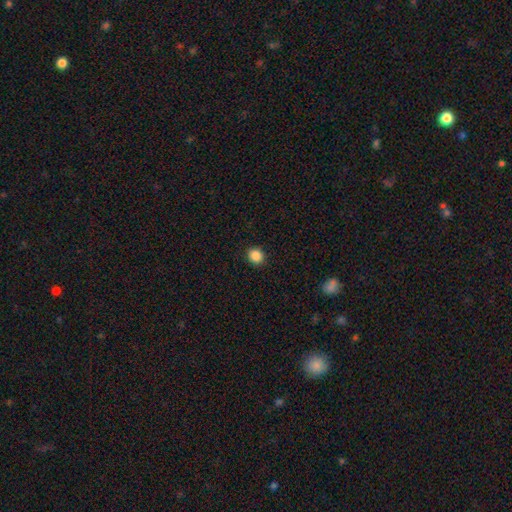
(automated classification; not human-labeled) Smooth or featured: smooth — 87% (star or artifact — 10%)
How rounded: round — 80% (in between — 19%)
Merging: none — 91% (minor disturbance — 6%)